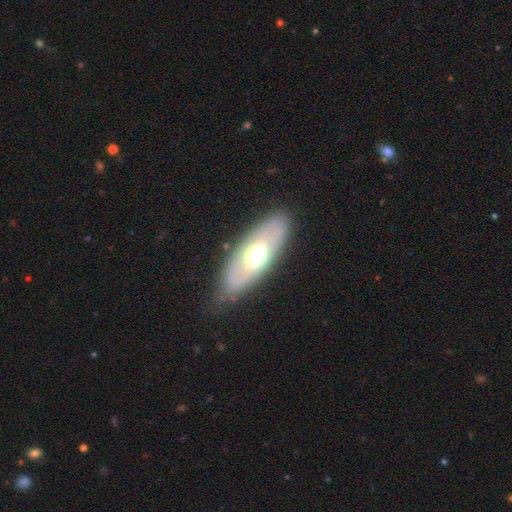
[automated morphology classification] Smooth or featured? featured or disk (47%)
Merging? none (80%)